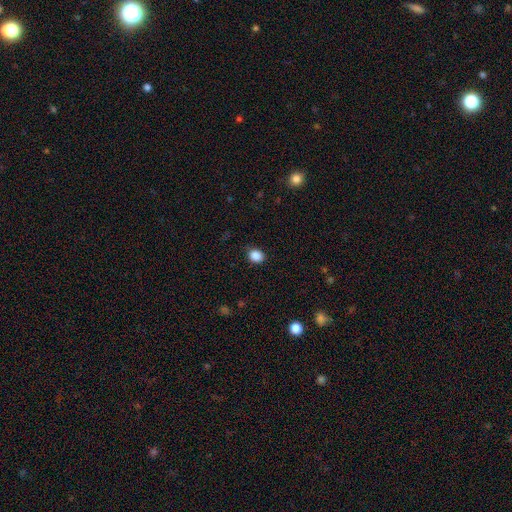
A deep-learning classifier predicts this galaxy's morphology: smooth_or_featured: smooth (p=0.87) [alt: star or artifact p=0.10]
how_rounded: round (p=0.60) [alt: in between p=0.39]
merging: none (p=0.86) [alt: minor disturbance p=0.10]